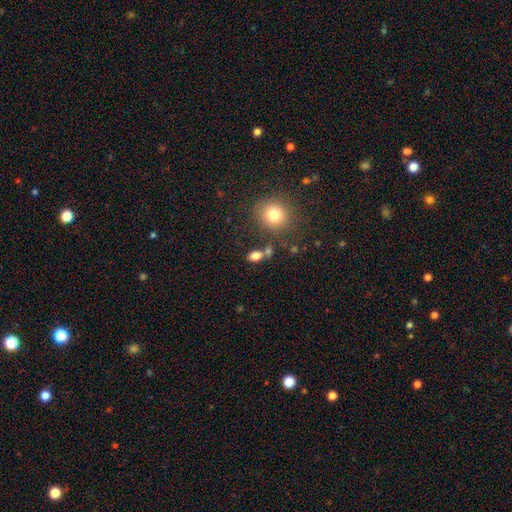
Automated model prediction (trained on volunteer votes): A smooth galaxy with no disk features (80%) that is in between round and cigar-shaped (77%). Merging: none (62%).